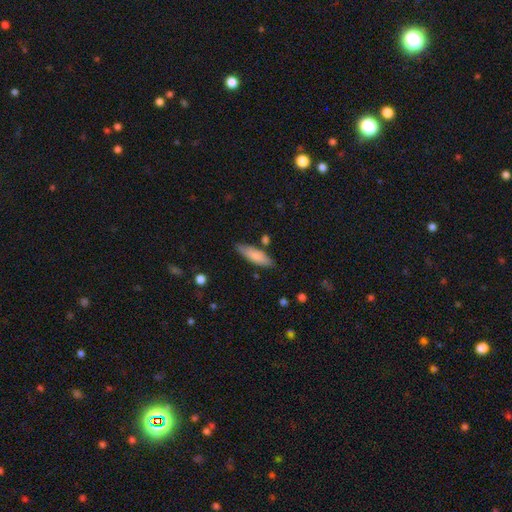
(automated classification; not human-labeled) A smooth galaxy with no disk features (78%) that is cigar-shaped (53%).

Vote fractions:
- Smooth or featured? smooth: 78% / featured or disk: 17% / star or artifact: 6%
- How rounded? cigar-shaped: 53% / in between: 45% / round: 2%
- Merging? none: 81% / minor disturbance: 12% / merger: 4% / major disturbance: 2%